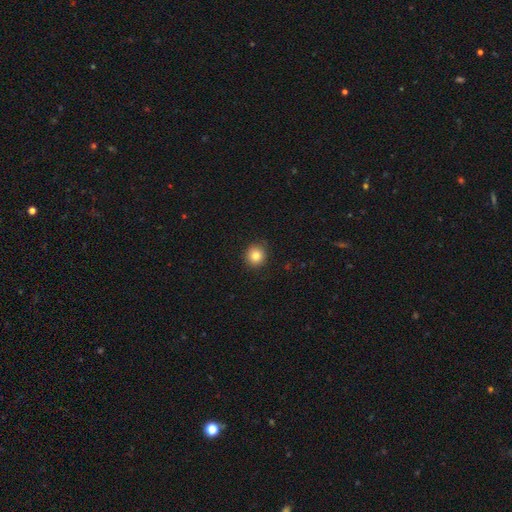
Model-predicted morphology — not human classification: This is clearly a smooth galaxy (84%). How rounded: clearly round (91%). Merging: clearly none (90%).